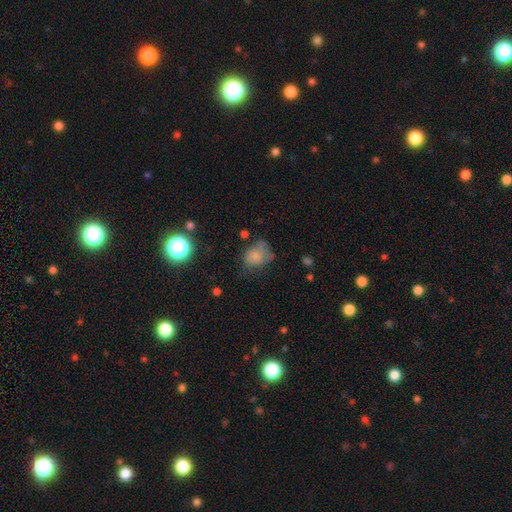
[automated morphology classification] smooth-or-featured: smooth: 72% | featured or disk: 14% | star or artifact: 13%
  how-rounded: in between: 62% | round: 37% | cigar-shaped: 1%
  merging: none: 40% | minor disturbance: 33% | major disturbance: 23% | merger: 4%